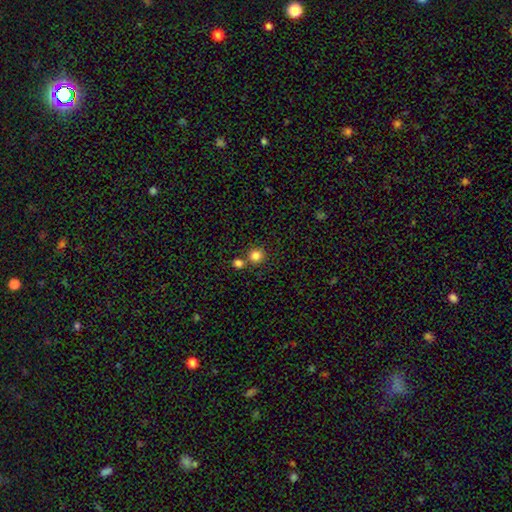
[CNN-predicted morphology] smooth-or-featured: smooth: 84% | star or artifact: 11% | featured or disk: 5%
  how-rounded: round: 92% | in between: 7% | cigar-shaped: 1%
  merging: none: 69% | merger: 21% | minor disturbance: 7% | major disturbance: 3%